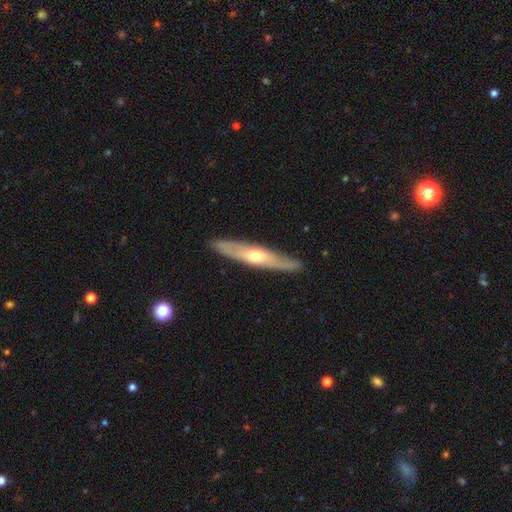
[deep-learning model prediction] Morphology: type=featured or disk (63%); edge-on=yes (75%); merging=none (88%).